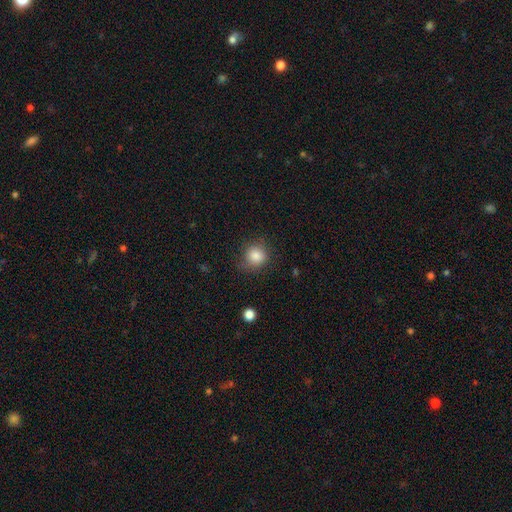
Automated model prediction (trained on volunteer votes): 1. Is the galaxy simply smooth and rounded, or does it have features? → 84% smooth, 11% star or artifact, 6% featured or disk.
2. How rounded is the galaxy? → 84% round, 15% in between, 1% cigar-shaped.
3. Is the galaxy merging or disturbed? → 74% none, 19% minor disturbance, 6% major disturbance, 2% merger.